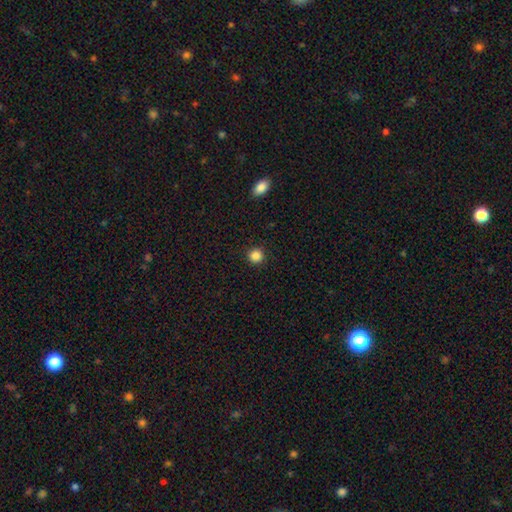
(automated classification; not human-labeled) A smooth galaxy with no disk features (86%) that is round (94%). Merging: none (92%).